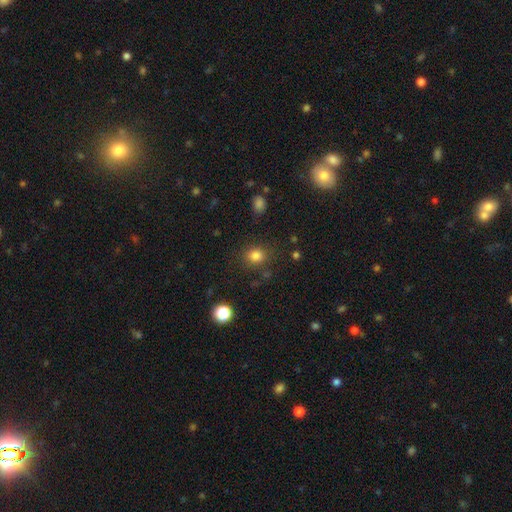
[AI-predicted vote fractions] smooth_or_featured: smooth (p=0.81) [alt: star or artifact p=0.13]
how_rounded: round (p=0.69) [alt: in between p=0.30]
merging: none (p=0.81) [alt: minor disturbance p=0.11]